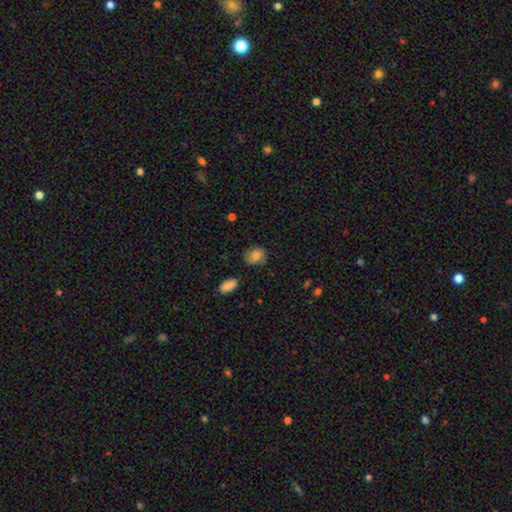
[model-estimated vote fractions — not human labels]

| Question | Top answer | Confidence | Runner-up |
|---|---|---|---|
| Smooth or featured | smooth | 76% | featured or disk (16%) |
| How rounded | round | 53% | in between (45%) |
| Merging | none | 74% | minor disturbance (19%) |